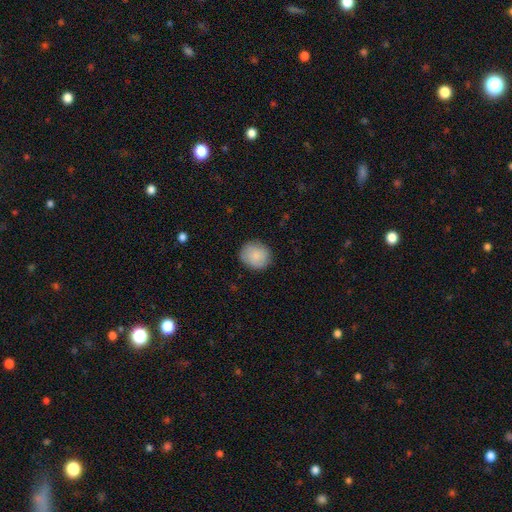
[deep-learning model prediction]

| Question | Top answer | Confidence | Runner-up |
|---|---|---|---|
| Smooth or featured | smooth | 85% | featured or disk (8%) |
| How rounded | round | 80% | in between (19%) |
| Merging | none | 86% | minor disturbance (11%) |